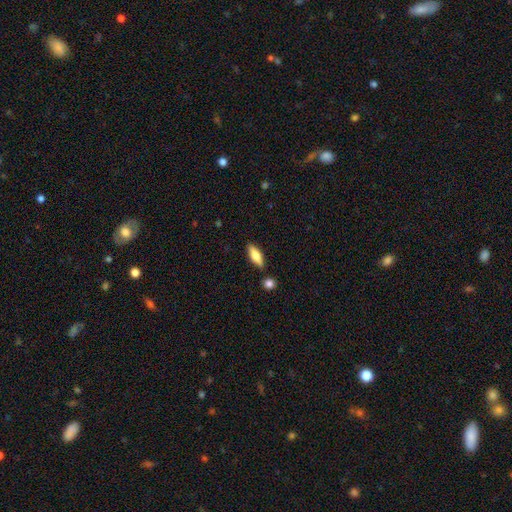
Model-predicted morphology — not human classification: Q: Smooth or featured?
A: smooth (76%); runner-up: featured or disk (18%)
Q: How rounded?
A: in between (60%); runner-up: cigar-shaped (38%)
Q: Merging?
A: none (85%); runner-up: minor disturbance (9%)